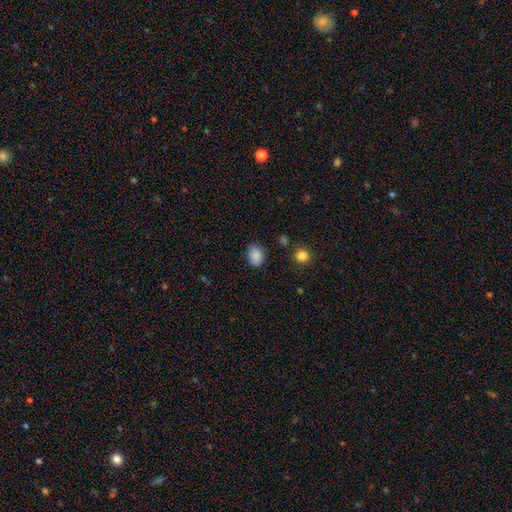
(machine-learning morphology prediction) The model was most divided on "how rounded": in between: 61%, round: 38%, cigar-shaped: 1%. More confident: smooth or featured — smooth (87%); merging — none (79%).